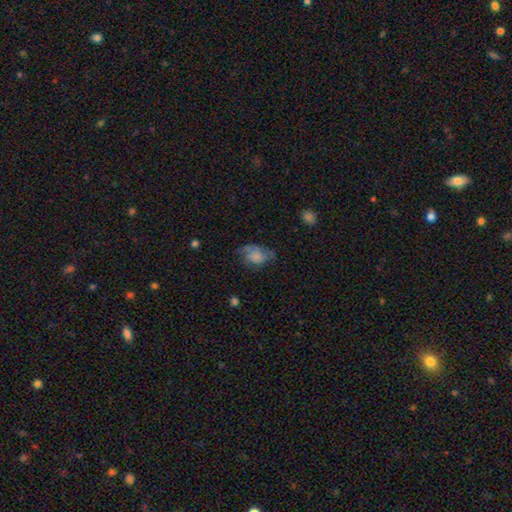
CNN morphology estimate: This appears to be a smooth galaxy with no disk features (64%) that is in between round and cigar-shaped (72%). Merging: none (43%).